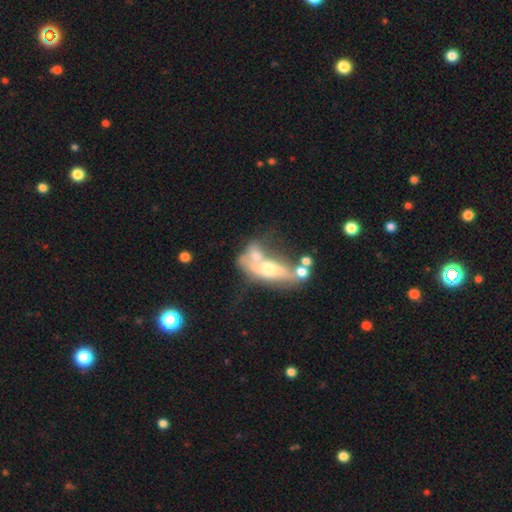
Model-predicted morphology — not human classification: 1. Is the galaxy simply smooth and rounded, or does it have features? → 55% featured or disk, 34% smooth, 11% star or artifact.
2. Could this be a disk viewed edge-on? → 73% no, 27% yes.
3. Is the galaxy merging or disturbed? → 55% merger, 18% none, 16% major disturbance, 11% minor disturbance.